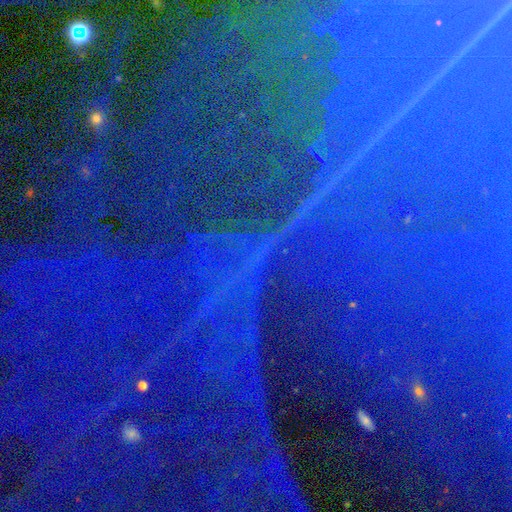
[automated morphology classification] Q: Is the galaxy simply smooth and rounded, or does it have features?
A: star or artifact — 89%.